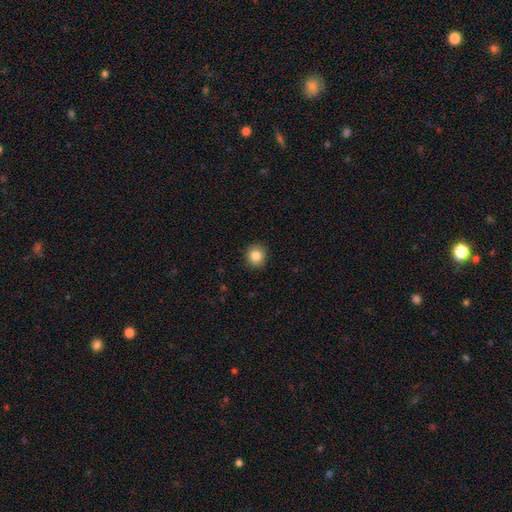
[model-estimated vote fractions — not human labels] The model was most divided on "smooth or featured": smooth: 85%, star or artifact: 10%, featured or disk: 6%. More confident: merging — none (90%); how rounded — round (88%).